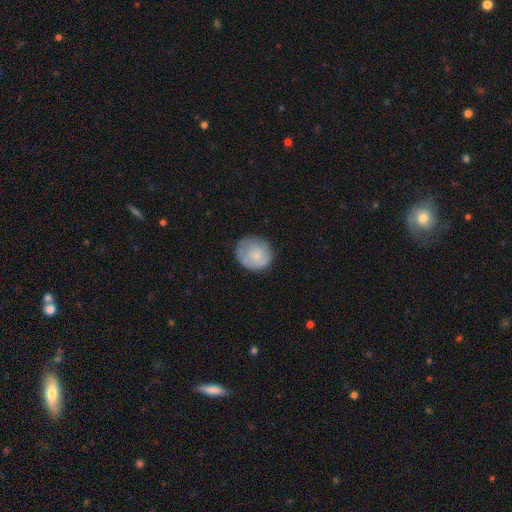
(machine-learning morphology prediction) smooth 73%, featured or disk 21%, star or artifact 7%. Down the decision tree: how rounded — round (83%); merging — none (69%).